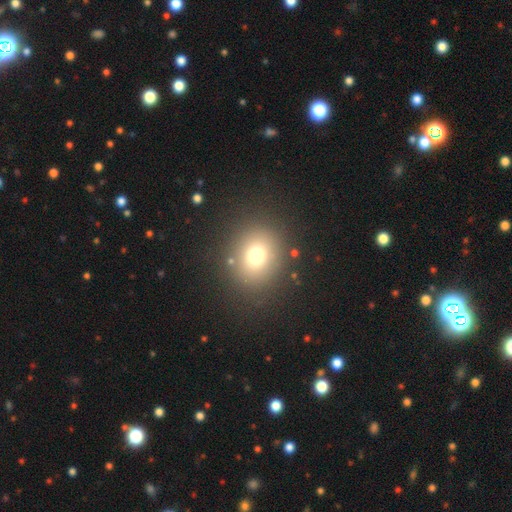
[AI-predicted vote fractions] smooth 71%, star or artifact 17%, featured or disk 12%. Down the decision tree: how rounded — round (74%); merging — none (84%).